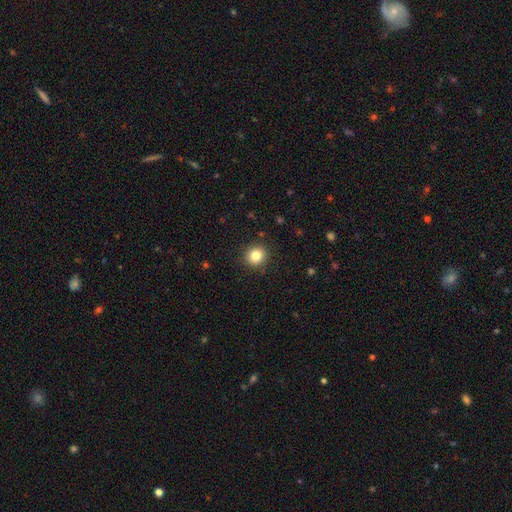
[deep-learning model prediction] Smooth or featured?
  - smooth: 83% *
  - star or artifact: 11%
  - featured or disk: 6%
How rounded?
  - round: 88% *
  - in between: 12%
  - cigar-shaped: 1%
Merging?
  - none: 90% *
  - minor disturbance: 6%
  - major disturbance: 2%
  - merger: 1%